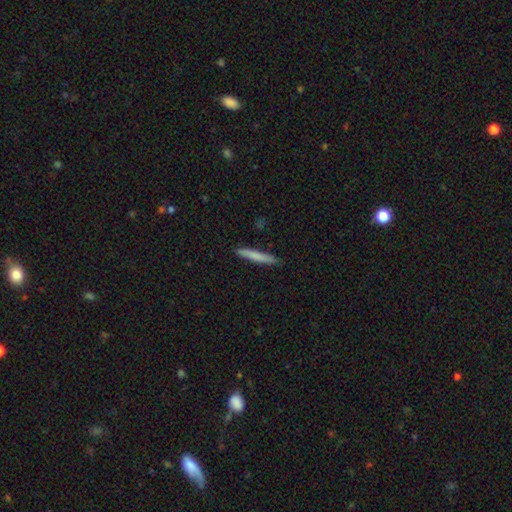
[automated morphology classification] type=smooth (73%); roundness=cigar-shaped (95%); merging=none (89%).